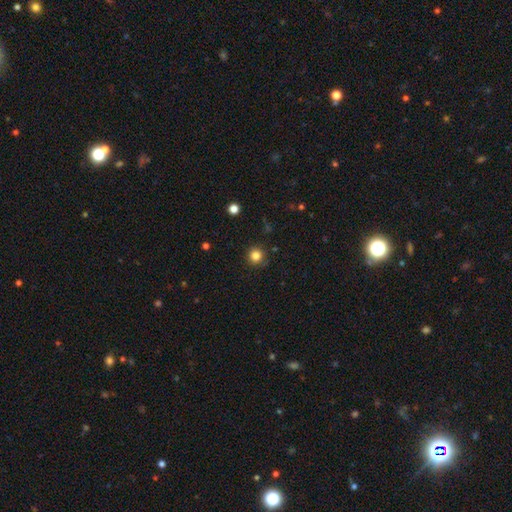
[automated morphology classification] smooth_or_featured: smooth (p=0.83) [alt: star or artifact p=0.12]
how_rounded: round (p=0.94) [alt: in between p=0.05]
merging: none (p=0.88) [alt: minor disturbance p=0.08]